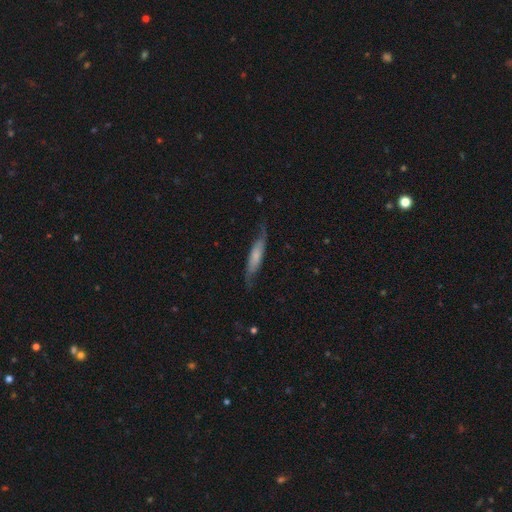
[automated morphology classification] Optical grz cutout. It shows a featured or disk galaxy (49%). Merging: none (65%).